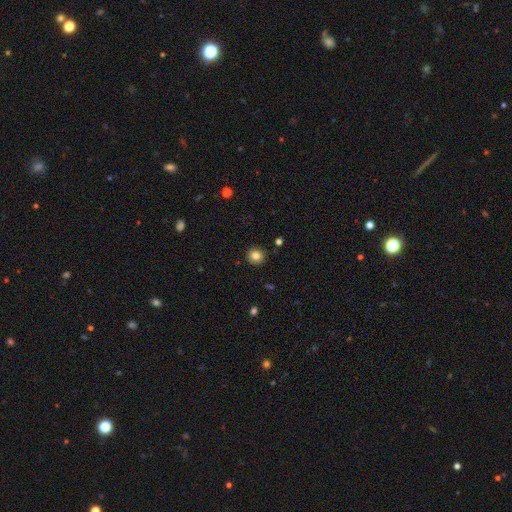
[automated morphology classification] Smooth or featured? Predicted: smooth (p=0.83). How rounded? Predicted: round (p=0.93). Merging? Predicted: none (p=0.92).